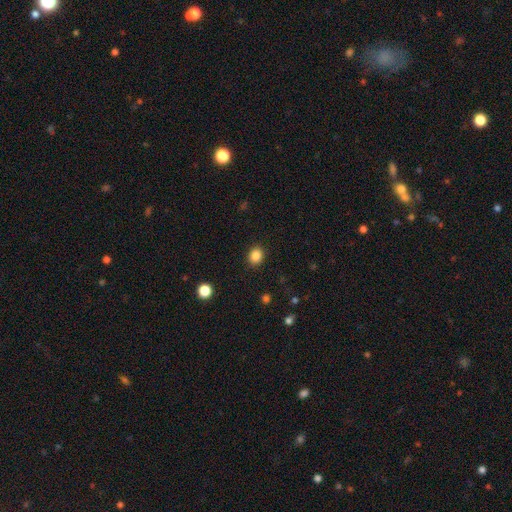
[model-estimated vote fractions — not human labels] This is clearly a smooth galaxy (86%). How rounded: likely round (67%). Merging: clearly none (90%).